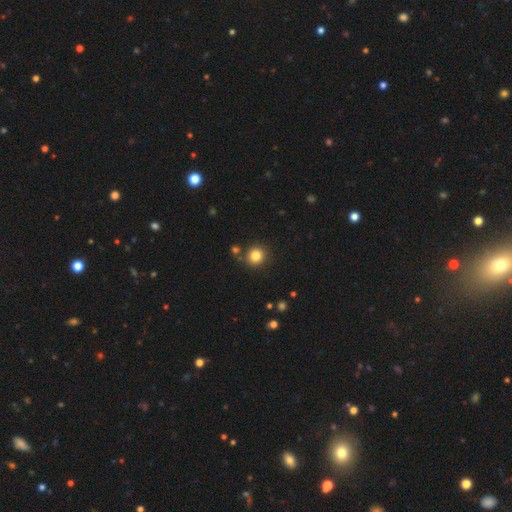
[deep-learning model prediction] Q: Smooth or featured?
A: smooth (83%); runner-up: star or artifact (12%)
Q: How rounded?
A: round (91%); runner-up: in between (8%)
Q: Merging?
A: none (83%); runner-up: minor disturbance (8%)